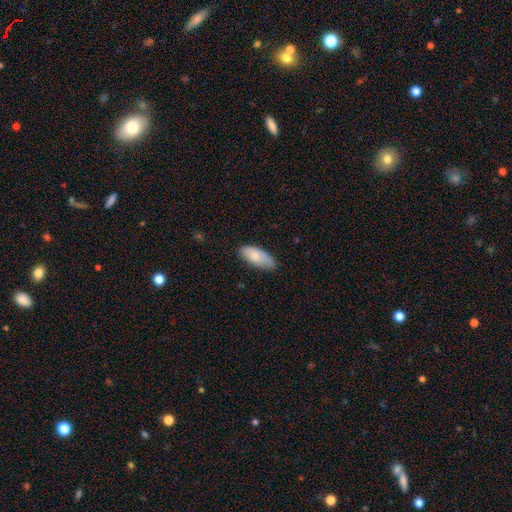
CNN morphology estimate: Smooth or featured: smooth — 81% (featured or disk — 13%)
How rounded: in between — 84% (cigar-shaped — 14%)
Merging: none — 67% (minor disturbance — 27%)